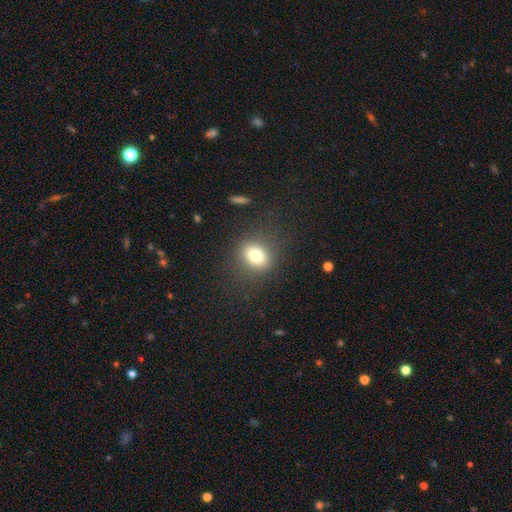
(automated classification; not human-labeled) This is likely a smooth galaxy (77%). How rounded: possibly round (55%). Merging: clearly none (83%).